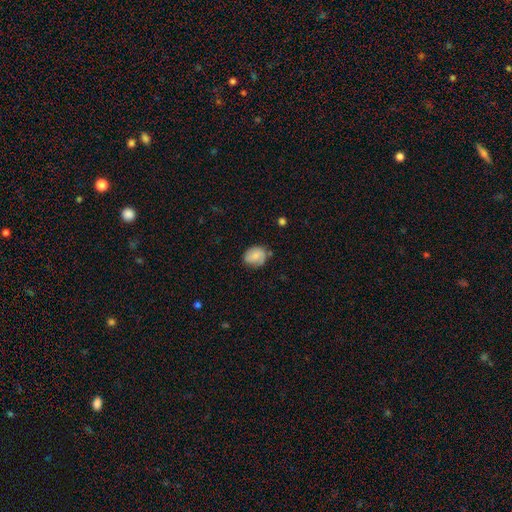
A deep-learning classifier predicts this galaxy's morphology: type=smooth (68%); roundness=round (54%); merging=none (65%).